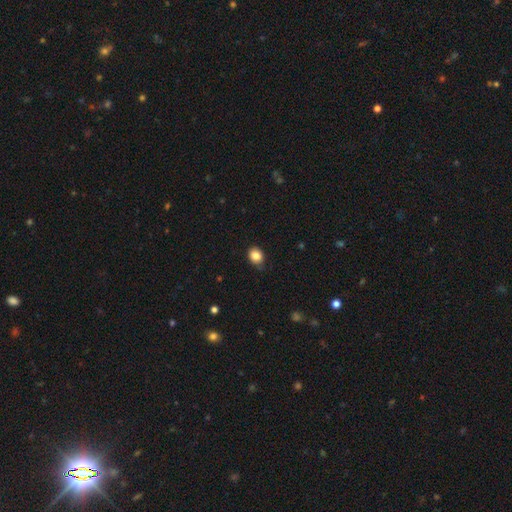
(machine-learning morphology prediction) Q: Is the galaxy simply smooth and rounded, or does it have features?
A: smooth — 84%.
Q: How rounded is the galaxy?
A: round — 57%.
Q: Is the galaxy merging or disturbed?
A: none — 75%.